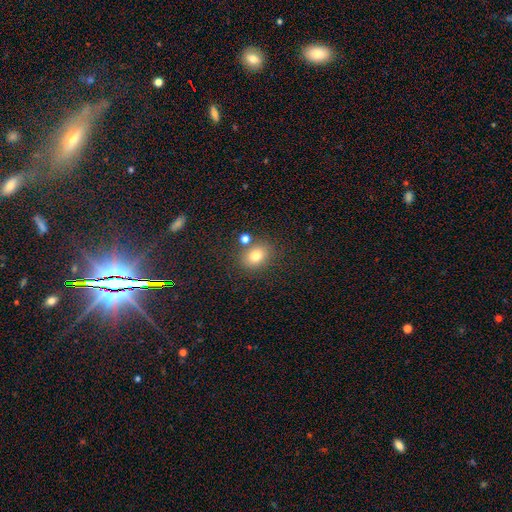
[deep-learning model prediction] Q: Smooth or featured?
A: smooth (77%); runner-up: star or artifact (13%)
Q: How rounded?
A: round (53%); runner-up: in between (46%)
Q: Merging?
A: none (75%); runner-up: merger (11%)